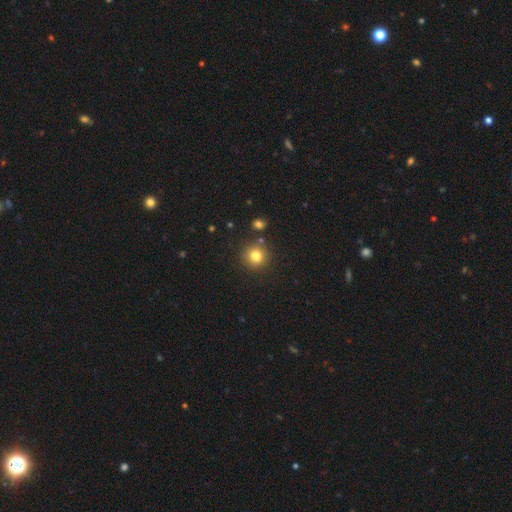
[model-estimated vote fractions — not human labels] Morphology: type=smooth (81%); roundness=round (90%); merging=none (83%).